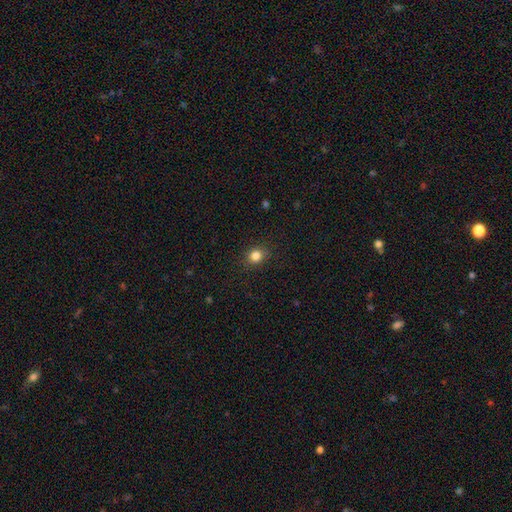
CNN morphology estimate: Smooth or featured? Predicted: smooth (p=0.83). How rounded? Predicted: round (p=0.78). Merging? Predicted: none (p=0.89).